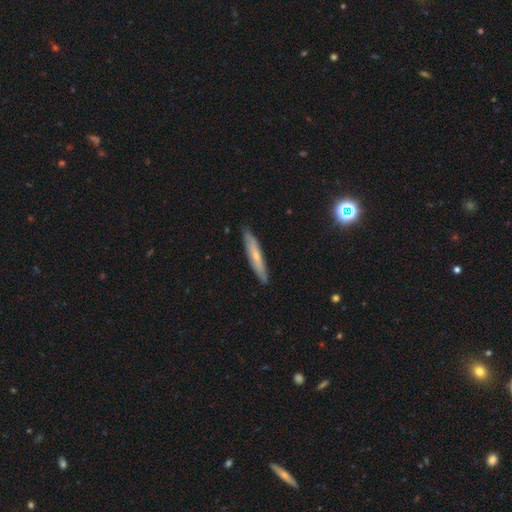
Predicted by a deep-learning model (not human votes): A smooth galaxy with no disk features (47%).

Vote fractions:
- Smooth or featured? smooth: 47% / featured or disk: 46% / star or artifact: 7%
- Merging? none: 87% / minor disturbance: 10% / major disturbance: 2% / merger: 1%